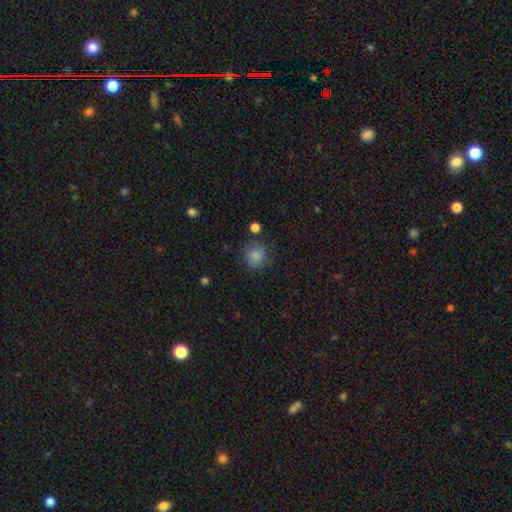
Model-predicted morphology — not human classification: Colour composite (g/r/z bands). It shows a smooth galaxy with no disk features (83%) that is round (87%). Merging: none (75%).